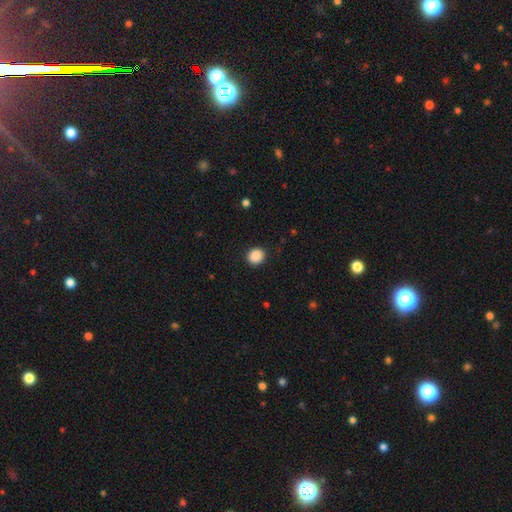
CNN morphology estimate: smooth 89%, star or artifact 9%, featured or disk 3%. Down the decision tree: how rounded — round (80%); merging — none (91%).